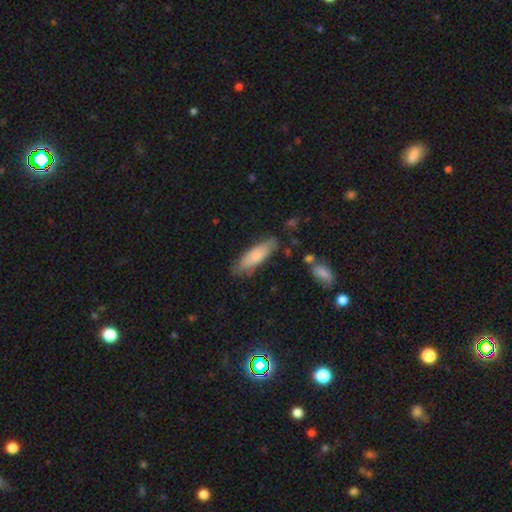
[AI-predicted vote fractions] Smooth or featured: smooth — 76% (featured or disk — 19%)
How rounded: cigar-shaped — 53% (in between — 46%)
Merging: none — 76% (minor disturbance — 18%)